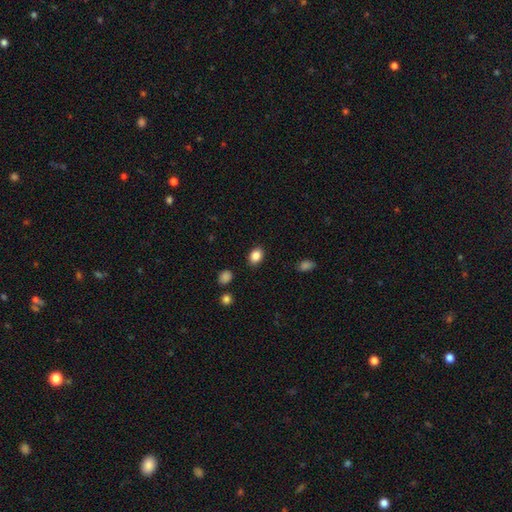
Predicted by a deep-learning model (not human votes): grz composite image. It shows a smooth galaxy with no disk features (86%) that is in between round and cigar-shaped (67%). Merging: none (87%).